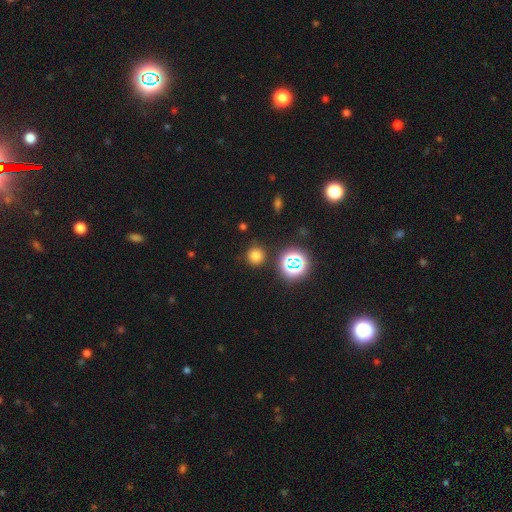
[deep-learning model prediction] This appears to be a smooth galaxy with no disk features (73%) that is round (94%). Merging: none (87%).